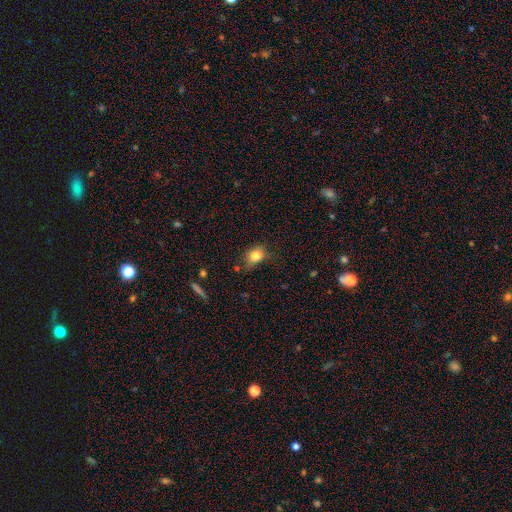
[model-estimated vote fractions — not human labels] Q: Smooth or featured?
A: smooth (81%); runner-up: star or artifact (11%)
Q: How rounded?
A: in between (56%); runner-up: round (43%)
Q: Merging?
A: none (63%); runner-up: minor disturbance (27%)